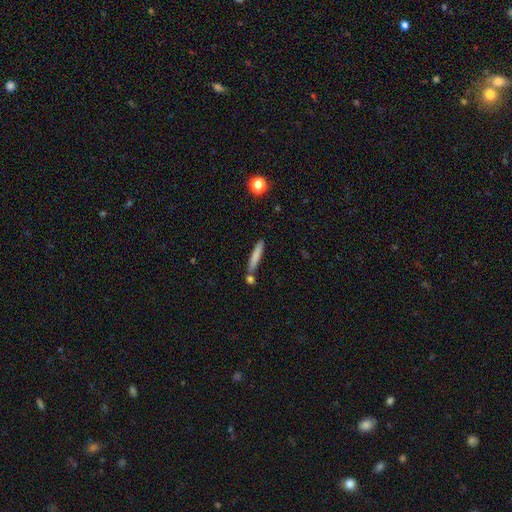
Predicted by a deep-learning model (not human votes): Smooth or featured? Predicted: smooth (p=0.75). How rounded? Predicted: cigar-shaped (p=0.93). Merging? Predicted: none (p=0.76).